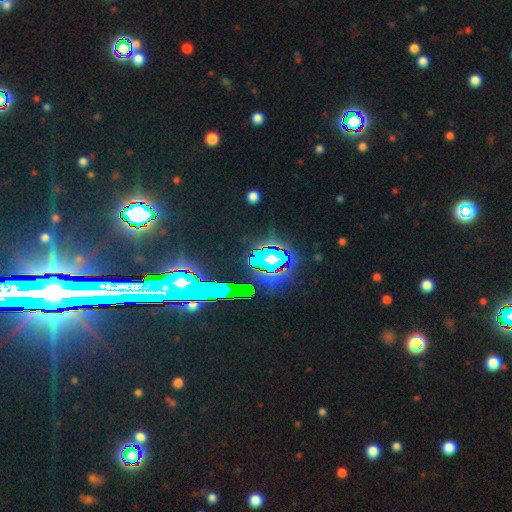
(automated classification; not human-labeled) Smooth or featured: star or artifact — 81% (featured or disk — 11%)